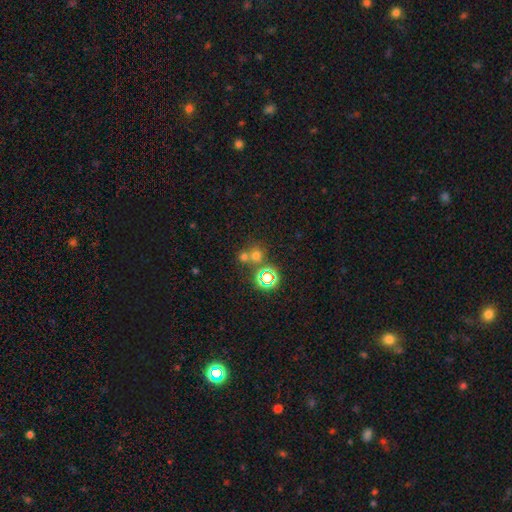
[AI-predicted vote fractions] Q: Smooth or featured?
A: smooth (57%); runner-up: star or artifact (34%)
Q: How rounded?
A: round (87%); runner-up: in between (12%)
Q: Merging?
A: none (56%); runner-up: merger (34%)